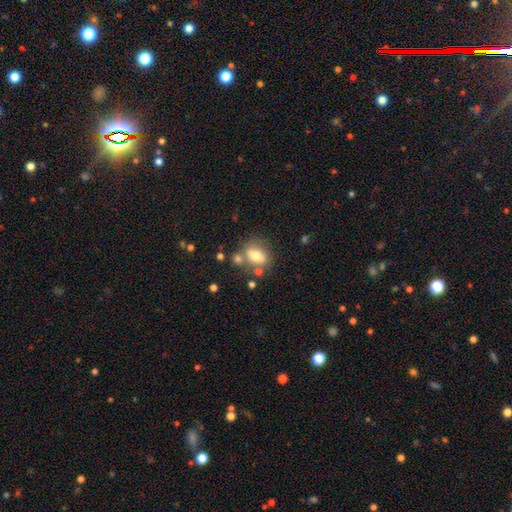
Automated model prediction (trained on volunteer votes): This appears to be a smooth galaxy with no disk features (70%) that is in between round and cigar-shaped (71%). Merging: none (60%).